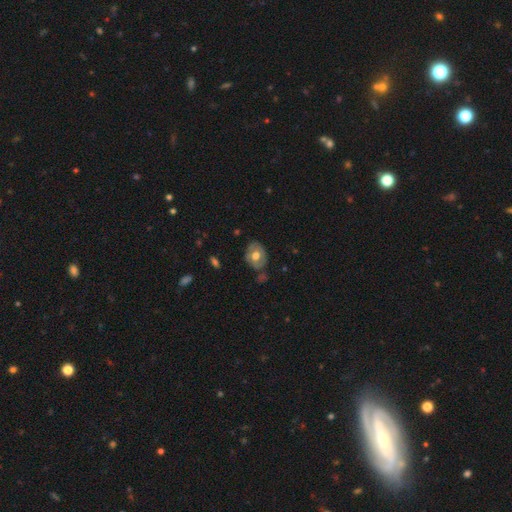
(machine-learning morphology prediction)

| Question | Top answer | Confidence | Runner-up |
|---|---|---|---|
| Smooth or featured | smooth | 53% | featured or disk (40%) |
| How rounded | in between | 62% | round (36%) |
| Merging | none | 71% | minor disturbance (20%) |